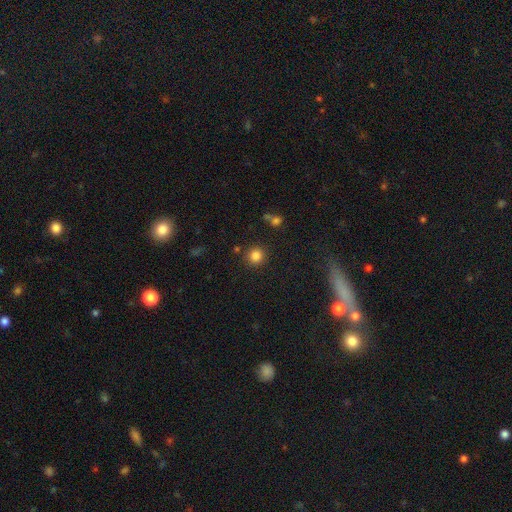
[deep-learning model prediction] A smooth galaxy with no disk features (83%) that is round (93%). Merging: none (87%).